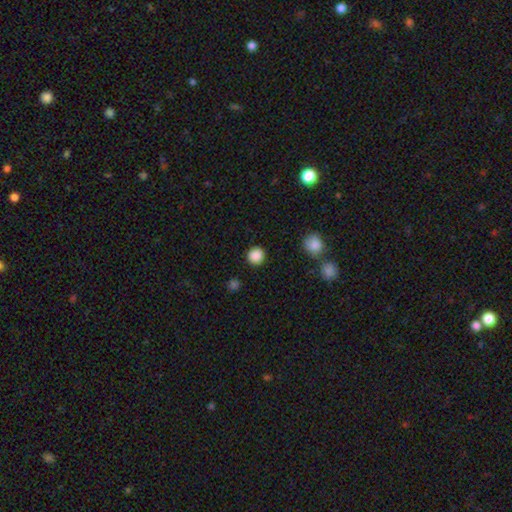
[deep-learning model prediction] A smooth galaxy with no disk features (87%) that is round (93%). Merging: none (90%).